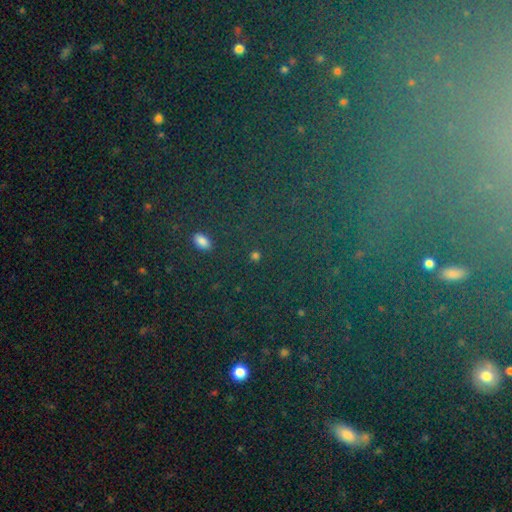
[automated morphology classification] This is likely a star or artifact rather than a galaxy (70%).